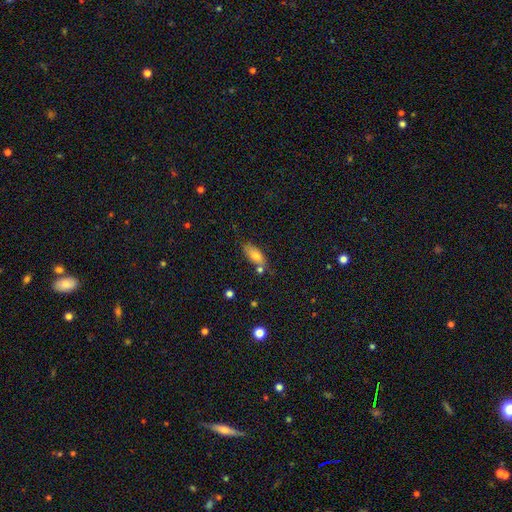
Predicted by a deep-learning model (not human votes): smooth 77%, featured or disk 15%, star or artifact 8%. Down the decision tree: how rounded — in between (83%); merging — none (60%).